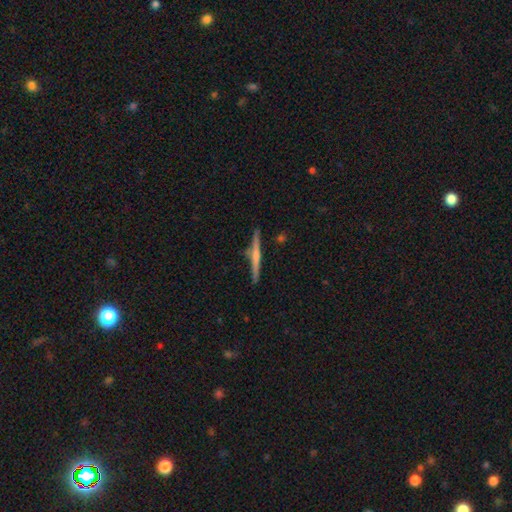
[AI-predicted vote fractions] Smooth or featured? Predicted: featured or disk (p=0.58). Edge-on disk? Predicted: yes (p=0.98). Edge-on bulge? Predicted: none (p=0.45). Merging? Predicted: none (p=0.85).